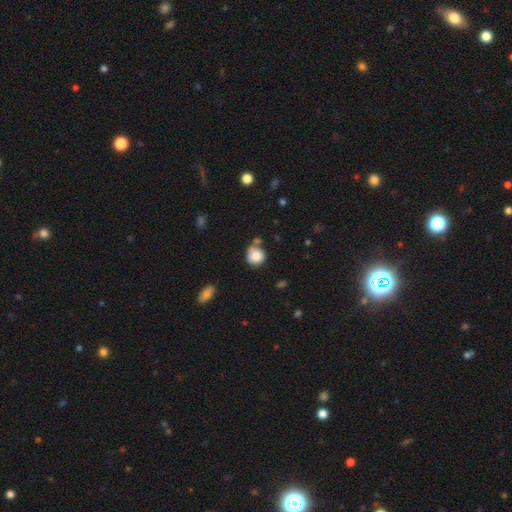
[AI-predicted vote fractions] The model was most divided on "merging": none: 59%, minor disturbance: 20%, merger: 15%, major disturbance: 6%. More confident: how rounded — round (86%); smooth or featured — smooth (85%).